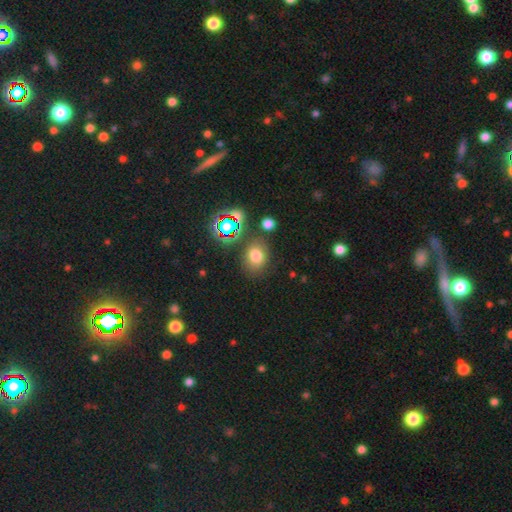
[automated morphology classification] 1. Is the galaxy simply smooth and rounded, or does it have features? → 72% smooth, 19% star or artifact, 9% featured or disk.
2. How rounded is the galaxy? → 50% round, 48% in between, 1% cigar-shaped.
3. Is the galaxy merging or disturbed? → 76% none, 13% minor disturbance, 6% merger, 5% major disturbance.